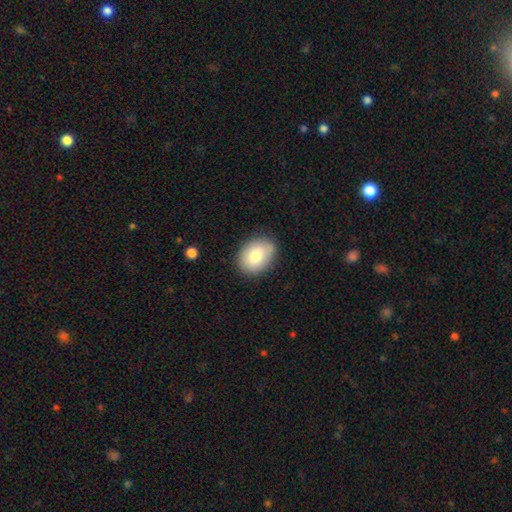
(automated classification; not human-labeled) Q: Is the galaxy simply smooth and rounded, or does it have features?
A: smooth — 80%.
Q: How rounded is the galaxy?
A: in between — 73%.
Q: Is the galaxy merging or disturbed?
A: none — 81%.